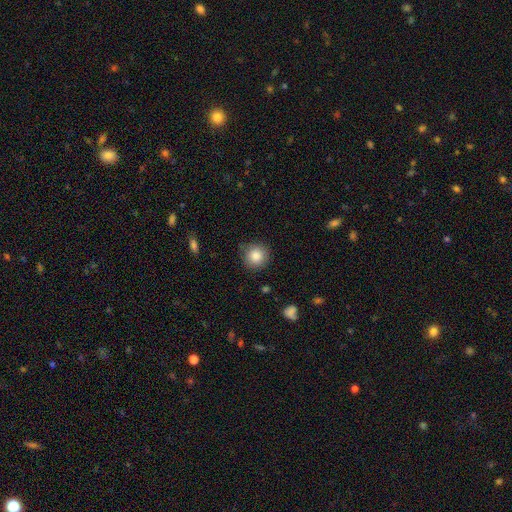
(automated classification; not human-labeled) smooth_or_featured: smooth (p=0.85) [alt: star or artifact p=0.09]
how_rounded: round (p=0.93) [alt: in between p=0.06]
merging: none (p=0.85) [alt: minor disturbance p=0.11]